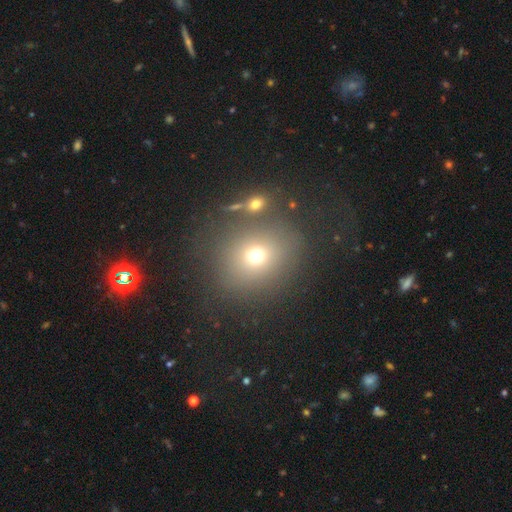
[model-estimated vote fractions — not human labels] Smooth or featured: smooth — 68% (star or artifact — 20%)
How rounded: round — 74% (in between — 25%)
Merging: none — 72% (minor disturbance — 11%)